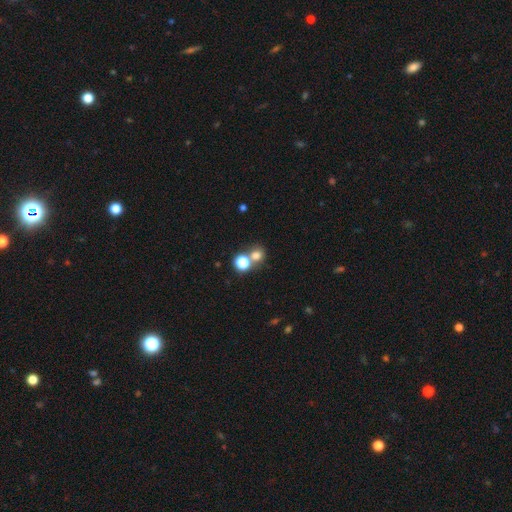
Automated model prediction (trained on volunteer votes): A smooth galaxy with no disk features (72%) that is round (81%).

Vote fractions:
- Smooth or featured? smooth: 72% / star or artifact: 19% / featured or disk: 9%
- How rounded? round: 81% / in between: 18% / cigar-shaped: 1%
- Merging? none: 52% / merger: 36% / minor disturbance: 8% / major disturbance: 4%